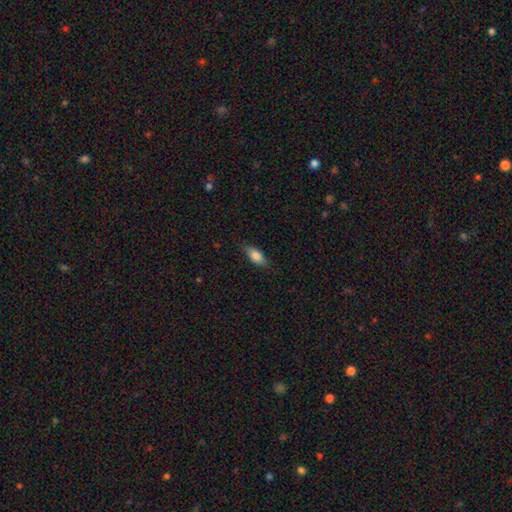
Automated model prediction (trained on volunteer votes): This is likely a smooth galaxy (80%). How rounded: clearly in between (82%). Merging: likely none (79%).